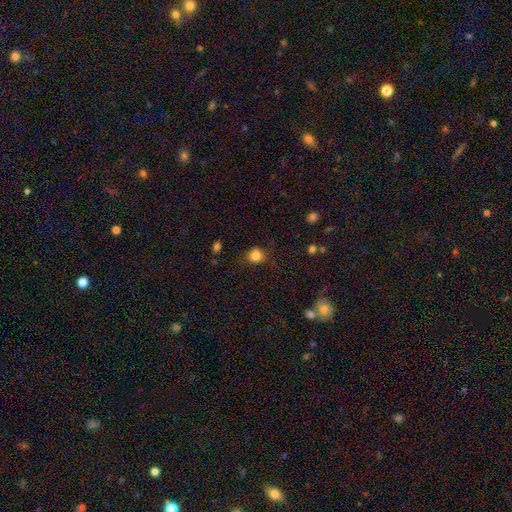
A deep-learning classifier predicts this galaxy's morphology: This is clearly a smooth galaxy (82%). How rounded: likely round (72%). Merging: likely none (69%).